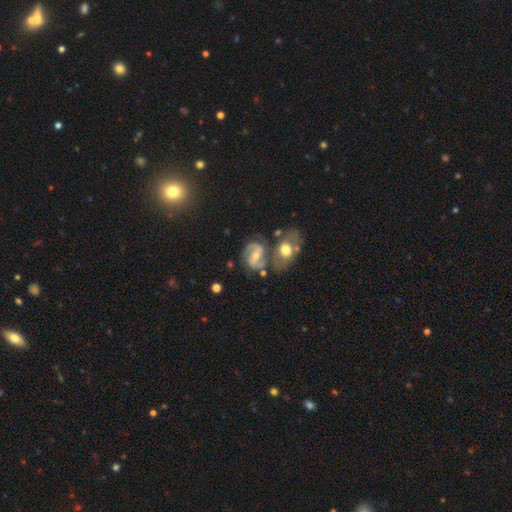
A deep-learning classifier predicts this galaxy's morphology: Smooth or featured? Predicted: featured or disk (p=0.78). Edge-on disk? Predicted: no (p=0.97). Bar? Predicted: weak (p=0.43). Spiral arms? Predicted: yes (p=0.91). Spiral winding? Predicted: medium (p=0.54). Spiral arm count? Predicted: 2 (p=0.87). Bulge size? Predicted: moderate (p=0.56). Merging? Predicted: none (p=0.53).